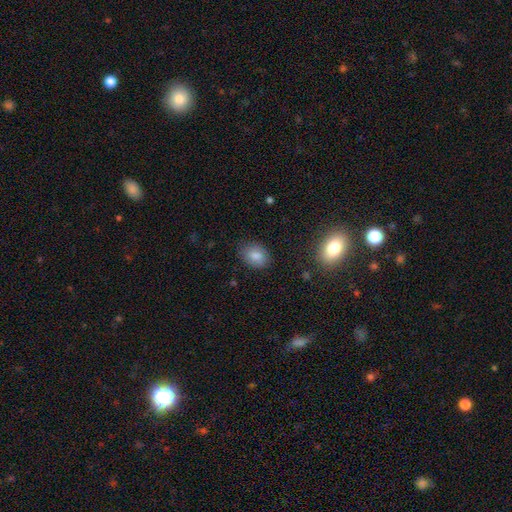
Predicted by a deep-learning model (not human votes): Smooth or featured? Predicted: smooth (p=0.83). How rounded? Predicted: in between (p=0.63). Merging? Predicted: none (p=0.82).